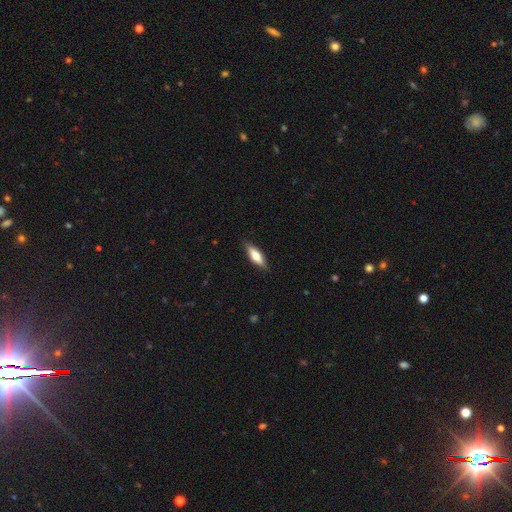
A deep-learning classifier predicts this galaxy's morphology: smooth 67%, featured or disk 28%, star or artifact 6%. Down the decision tree: how rounded — in between (50%); merging — none (86%).